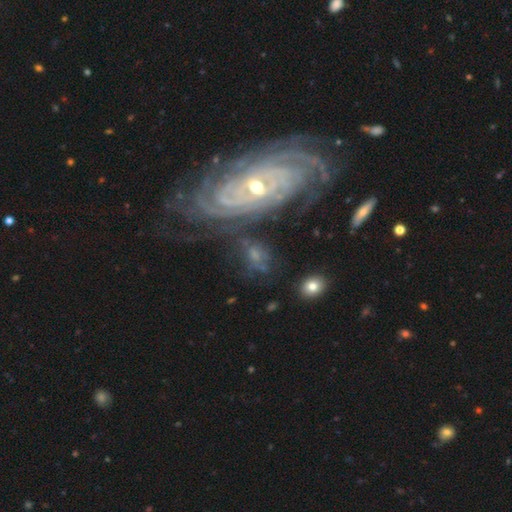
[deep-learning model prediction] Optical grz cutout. It shows a featured or disk galaxy (64%) with no bar (54%), tight (69%) spiral arms (90%) and a moderate central bulge (52%). Merging: none (64%).